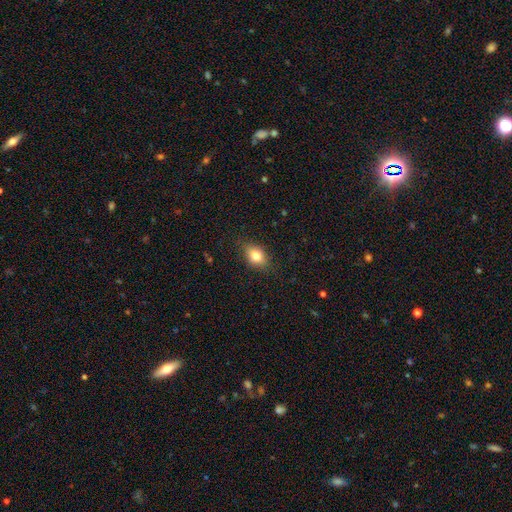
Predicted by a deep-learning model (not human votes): Smooth or featured? smooth (77%)
How rounded? in between (74%)
Merging? none (82%)